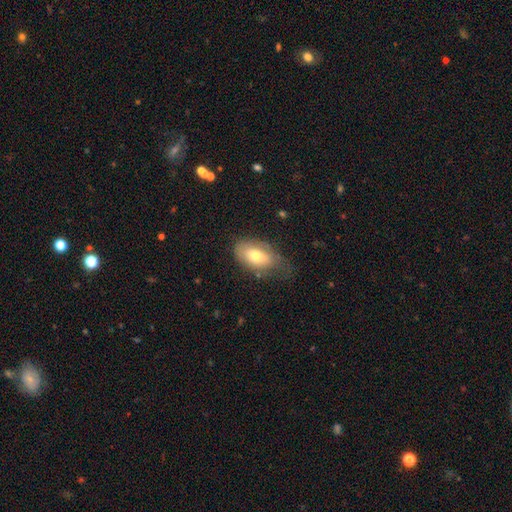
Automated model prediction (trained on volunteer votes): Smooth or featured? Predicted: smooth (p=0.68). How rounded? Predicted: in between (p=0.90). Merging? Predicted: none (p=0.48).